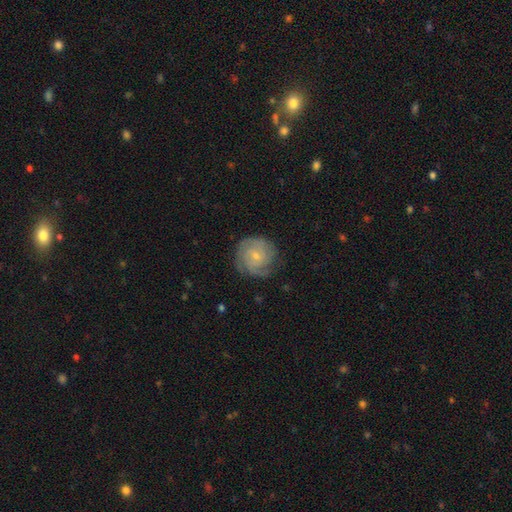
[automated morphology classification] This appears to be a featured or disk galaxy (67%) with no bar (69%), tight (64%) spiral arms (90%) and a small central bulge (74%). Merging: none (74%).